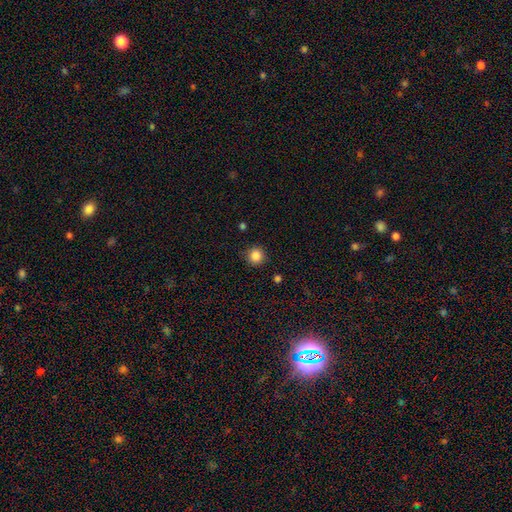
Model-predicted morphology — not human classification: Smooth or featured? Predicted: smooth (p=0.86). How rounded? Predicted: round (p=0.93). Merging? Predicted: none (p=0.89).